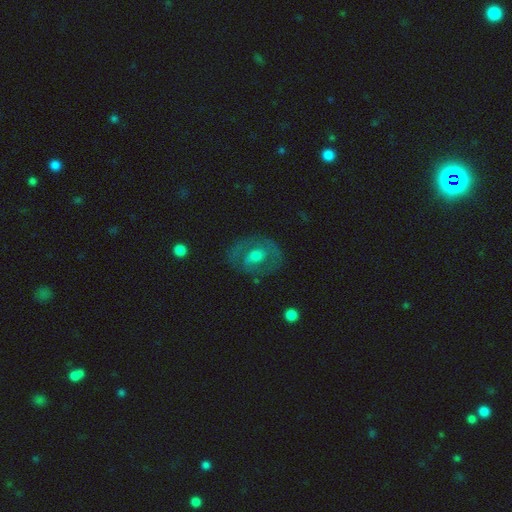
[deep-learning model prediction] featured or disk 64%, smooth 26%, star or artifact 10%. Down the decision tree: edge-on disk — no (95%); bar — no (57%); spiral arms — no (54%); bulge size — moderate (61%); merging — none (76%).